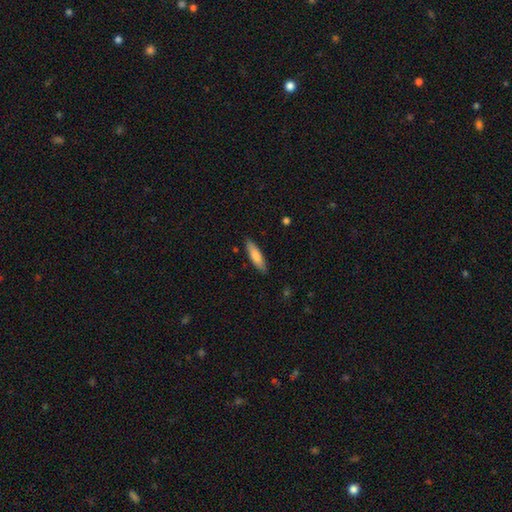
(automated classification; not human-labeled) Morphology: type=smooth (78%); roundness=cigar-shaped (67%); merging=none (87%).